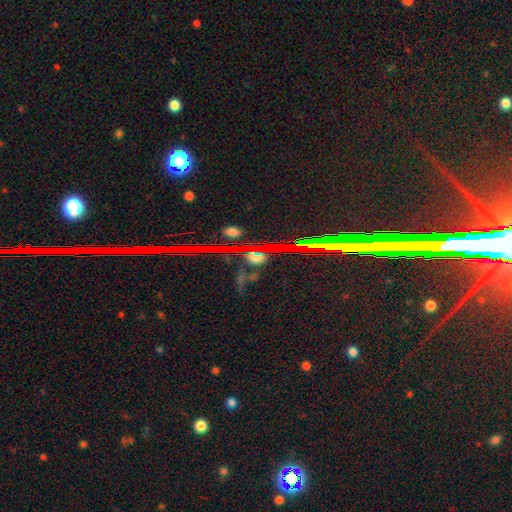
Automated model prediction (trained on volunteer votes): This appears to be a star or artifact, not a galaxy (82%).